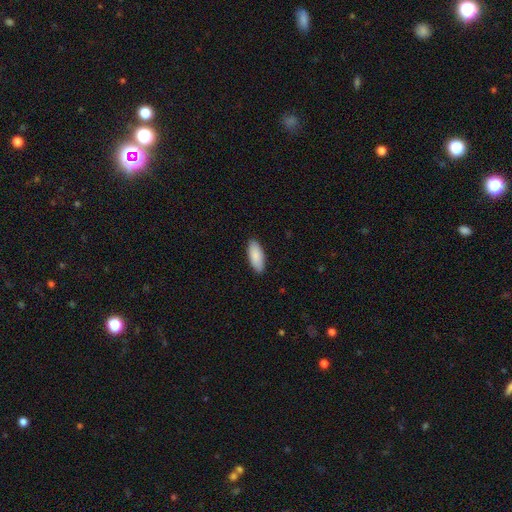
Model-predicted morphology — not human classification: Smooth or featured: smooth — 89% (featured or disk — 6%)
How rounded: in between — 84% (cigar-shaped — 15%)
Merging: none — 89% (minor disturbance — 9%)